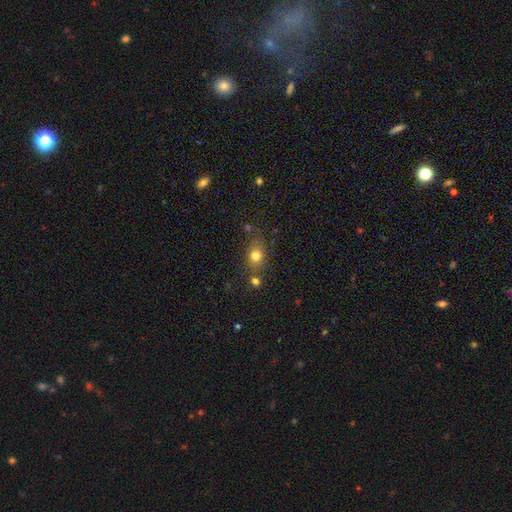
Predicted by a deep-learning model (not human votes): Smooth or featured: smooth — 77% (star or artifact — 13%)
How rounded: round — 50% (in between — 48%)
Merging: none — 70% (minor disturbance — 14%)